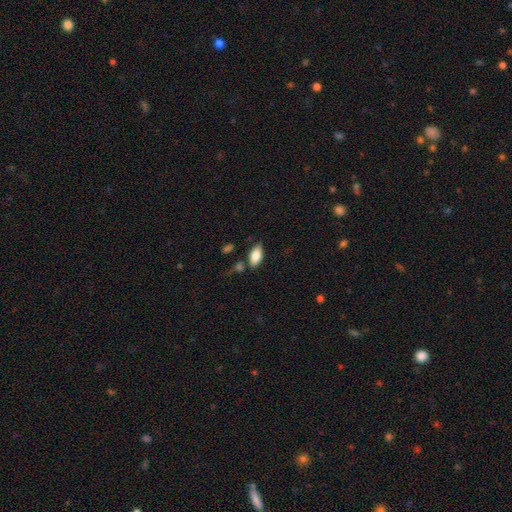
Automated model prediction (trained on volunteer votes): This is clearly a smooth galaxy (80%). How rounded: clearly in between (90%). Merging: likely none (77%).